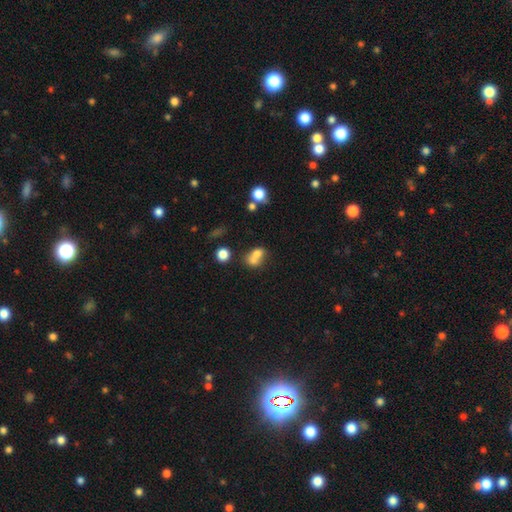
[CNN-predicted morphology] A smooth galaxy with no disk features (69%) that is in between round and cigar-shaped (51%). Merging: merger (62%).